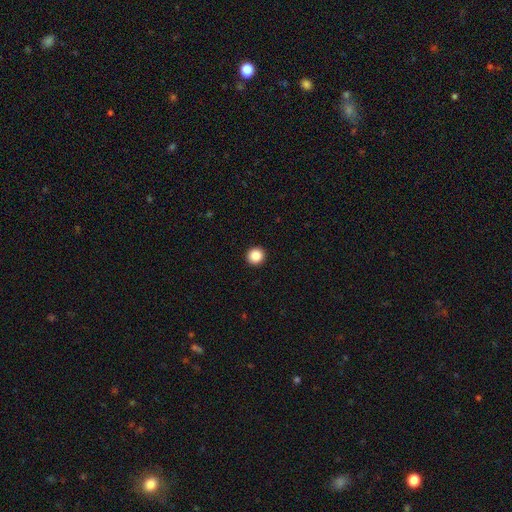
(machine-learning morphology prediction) Q: Smooth or featured?
A: smooth (87%); runner-up: star or artifact (10%)
Q: How rounded?
A: round (96%); runner-up: in between (3%)
Q: Merging?
A: none (94%); runner-up: minor disturbance (3%)